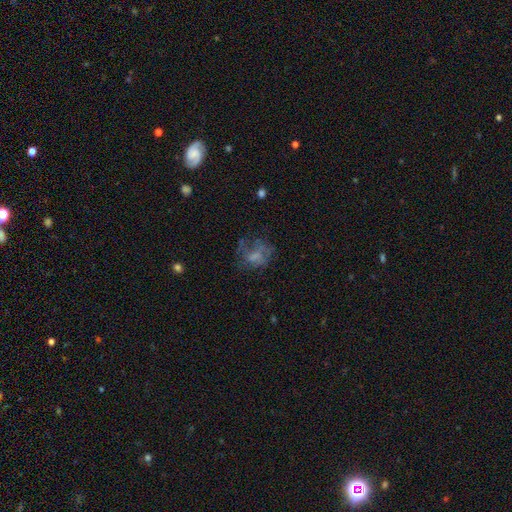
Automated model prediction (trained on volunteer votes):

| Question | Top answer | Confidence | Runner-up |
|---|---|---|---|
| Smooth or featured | featured or disk | 43% | smooth (41%) |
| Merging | none | 45% | major disturbance (32%) |